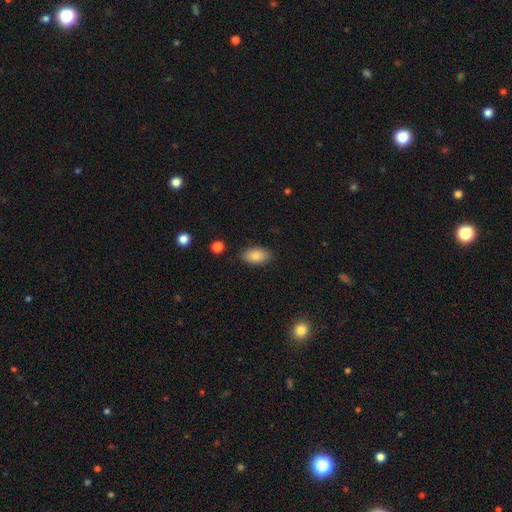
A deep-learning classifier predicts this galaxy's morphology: This appears to be a smooth galaxy with no disk features (84%) that is in between round and cigar-shaped (93%). Merging: none (85%).